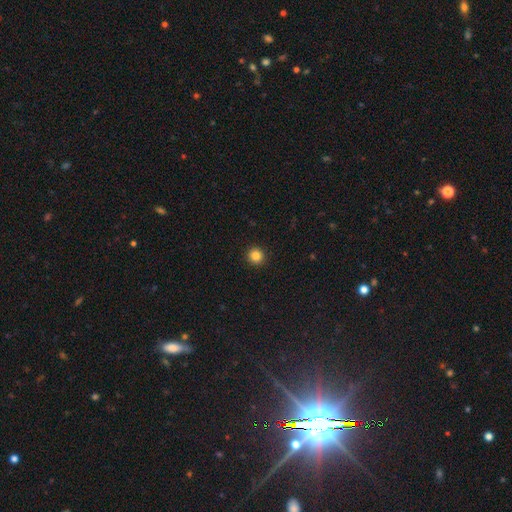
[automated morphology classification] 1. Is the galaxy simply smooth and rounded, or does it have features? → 85% smooth, 12% star or artifact, 4% featured or disk.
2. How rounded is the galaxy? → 95% round, 4% in between, 1% cigar-shaped.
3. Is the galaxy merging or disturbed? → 93% none, 4% minor disturbance, 2% major disturbance, 1% merger.